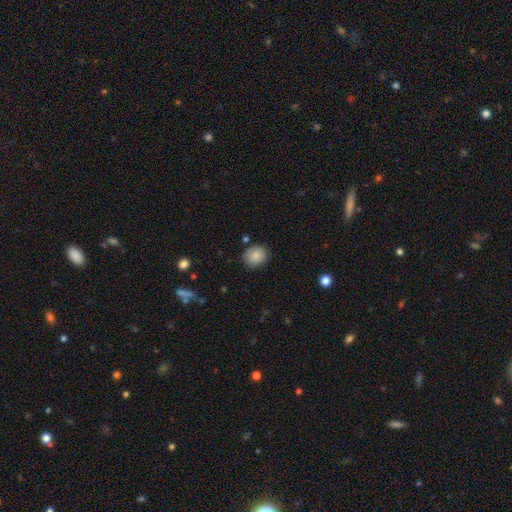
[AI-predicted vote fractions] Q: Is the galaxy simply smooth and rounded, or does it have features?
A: smooth — 86%.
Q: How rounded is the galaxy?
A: round — 77%.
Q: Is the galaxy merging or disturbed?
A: none — 85%.